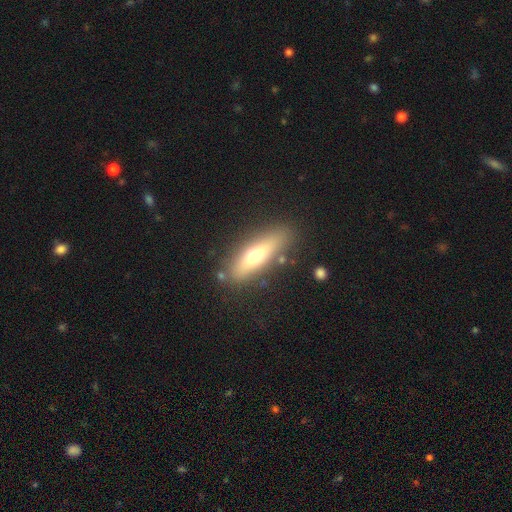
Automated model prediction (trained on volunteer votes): This is possibly a smooth galaxy (57%). How rounded: possibly cigar-shaped (58%). Merging: clearly none (80%).